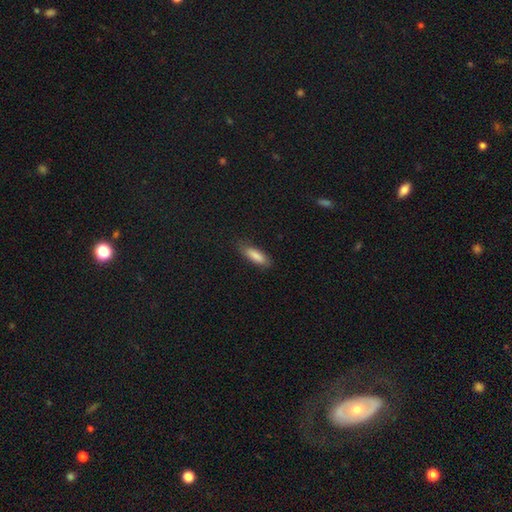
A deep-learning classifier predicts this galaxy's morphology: smooth_or_featured: smooth (p=0.85) [alt: featured or disk p=0.09]
how_rounded: in between (p=0.53) [alt: cigar-shaped p=0.46]
merging: none (p=0.81) [alt: minor disturbance p=0.15]